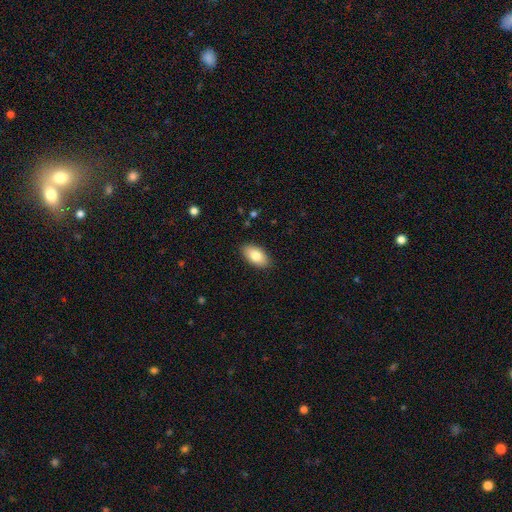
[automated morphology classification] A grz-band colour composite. It shows a smooth galaxy with no disk features (81%) that is in between round and cigar-shaped (94%). Merging: none (88%).